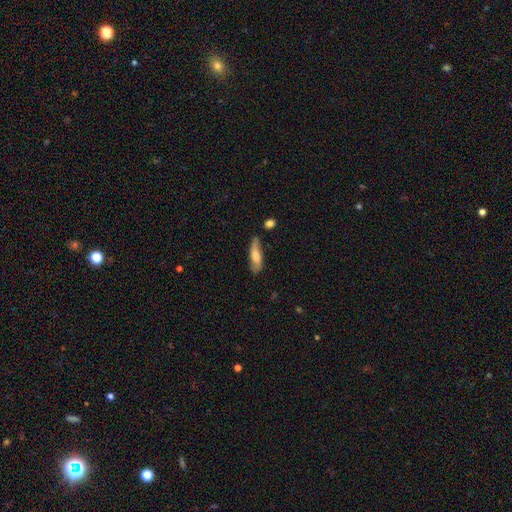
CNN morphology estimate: The model was most divided on "how rounded": cigar-shaped: 52%, in between: 45%, round: 2%. More confident: merging — none (65%); smooth or featured — smooth (62%).